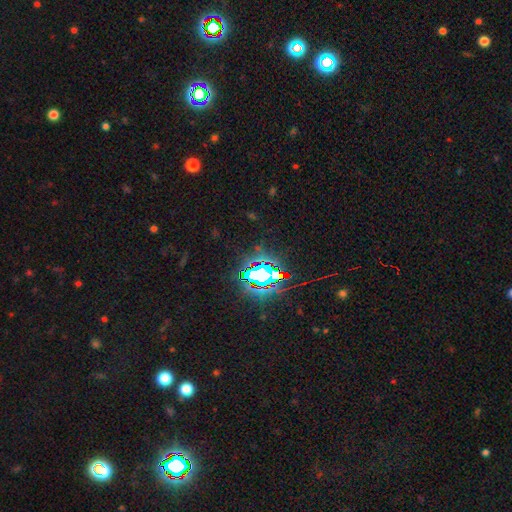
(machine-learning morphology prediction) Smooth or featured? star or artifact (81%)